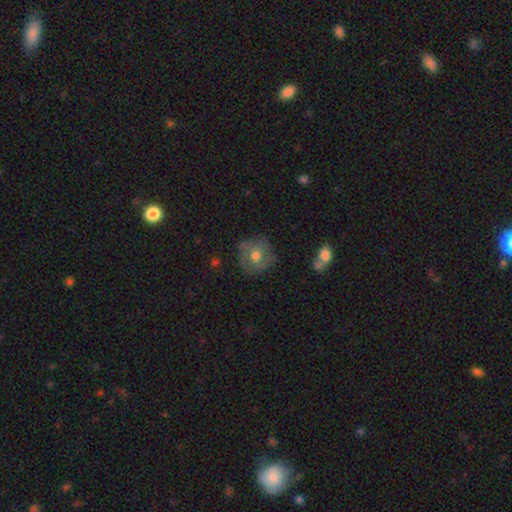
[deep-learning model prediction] Smooth or featured? Predicted: smooth (p=0.47). Merging? Predicted: none (p=0.73).